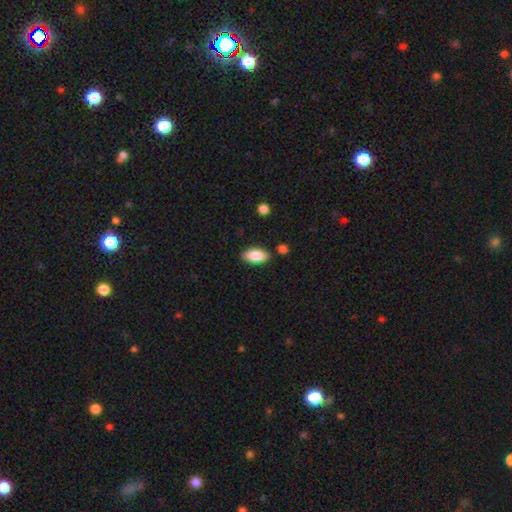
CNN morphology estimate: This appears to be a smooth galaxy with no disk features (83%) that is in between round and cigar-shaped (88%). Merging: none (84%).